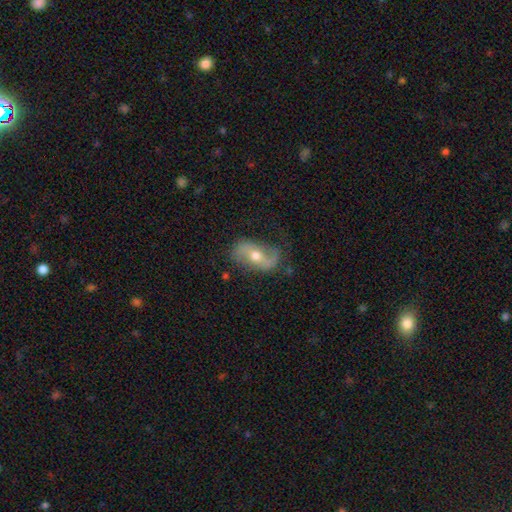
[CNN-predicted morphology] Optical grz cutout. It shows a featured or disk galaxy (75%) with no bar (41%), 2 (89%) loose (66%) spiral arms (88%) and a moderate central bulge (73%). Merging: none (71%).